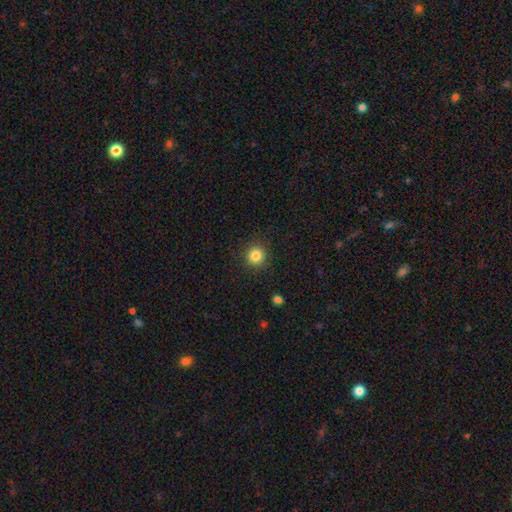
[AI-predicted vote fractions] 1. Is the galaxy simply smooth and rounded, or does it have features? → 84% smooth, 11% star or artifact, 5% featured or disk.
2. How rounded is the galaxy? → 93% round, 6% in between, 1% cigar-shaped.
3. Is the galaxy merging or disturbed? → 90% none, 6% minor disturbance, 2% major disturbance, 1% merger.